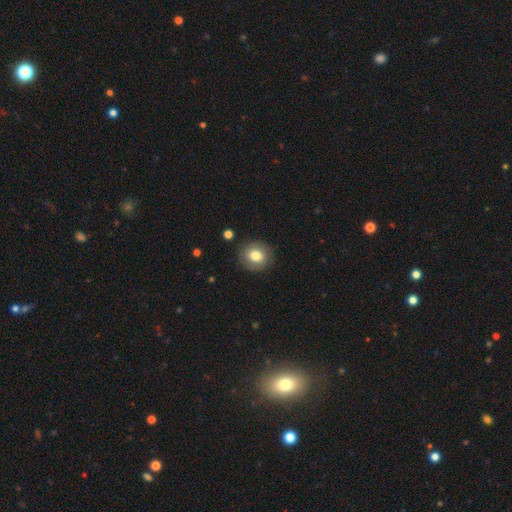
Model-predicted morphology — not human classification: smooth_or_featured: smooth (p=0.77) [alt: featured or disk p=0.14]
how_rounded: round (p=0.82) [alt: in between p=0.17]
merging: none (p=0.87) [alt: minor disturbance p=0.09]